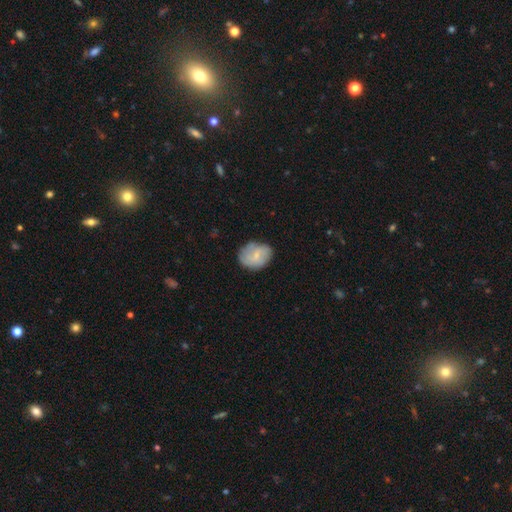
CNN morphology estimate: Smooth or featured? smooth (61%)
How rounded? in between (60%)
Merging? none (66%)